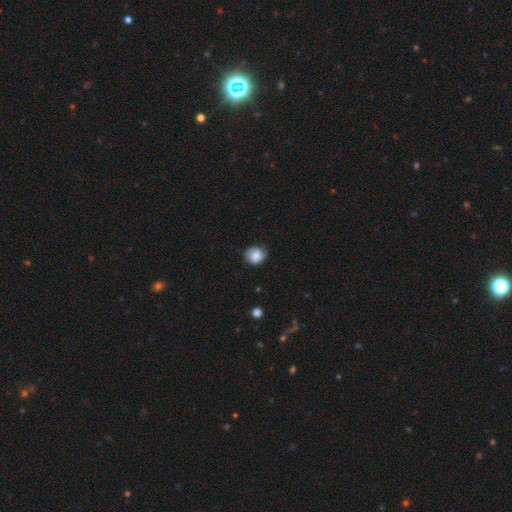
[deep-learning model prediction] The model was most divided on "smooth or featured": smooth: 70%, featured or disk: 21%, star or artifact: 9%. More confident: how rounded — round (77%); merging — none (72%).